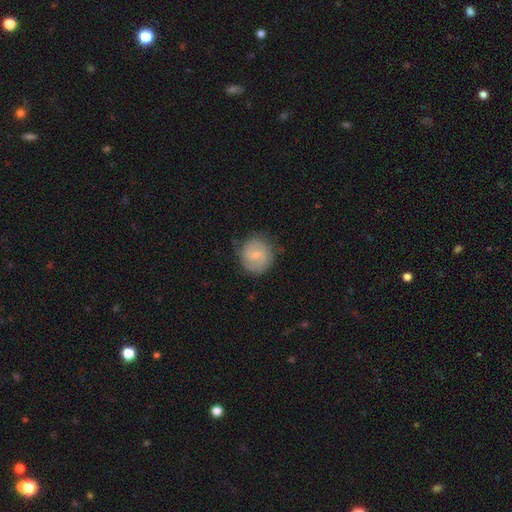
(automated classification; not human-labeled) This appears to be a featured or disk galaxy (66%) with a weak bar (56%), 2 (77%) tight (46%) spiral arms (90%) and a small central bulge (66%). Merging: none (80%).